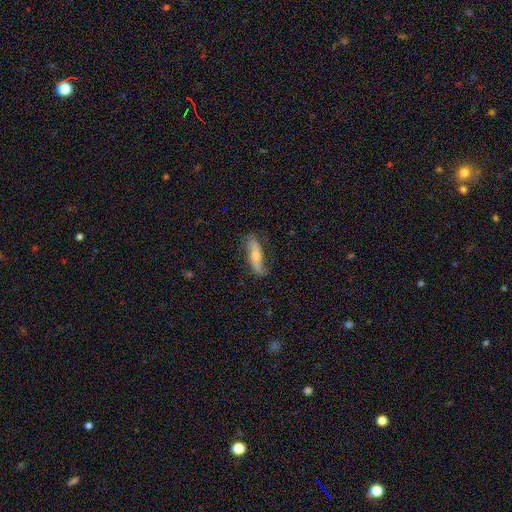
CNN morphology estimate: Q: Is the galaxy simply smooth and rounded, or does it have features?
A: featured or disk — 63%.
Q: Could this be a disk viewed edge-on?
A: no — 66%.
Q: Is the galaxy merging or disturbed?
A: none — 76%.